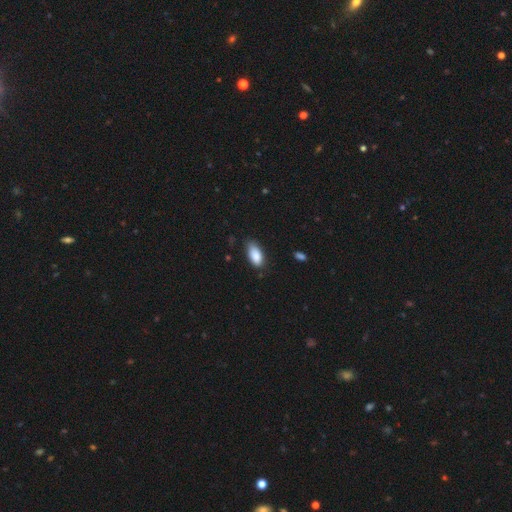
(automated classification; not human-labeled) A smooth galaxy with no disk features (88%) that is in between round and cigar-shaped (92%). Merging: none (68%).